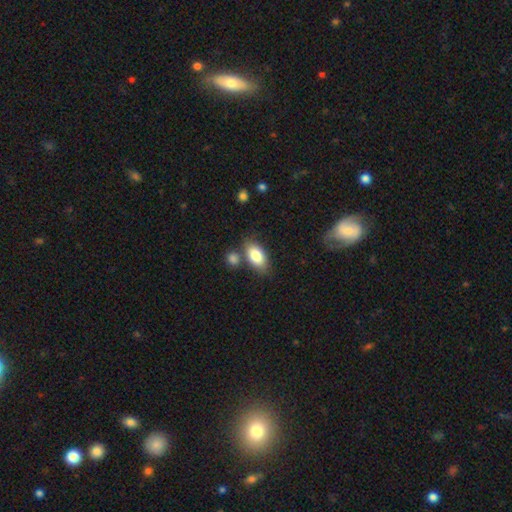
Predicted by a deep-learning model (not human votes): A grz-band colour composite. It shows a smooth galaxy with no disk features (84%) that is in between round and cigar-shaped (92%). Merging: none (67%).